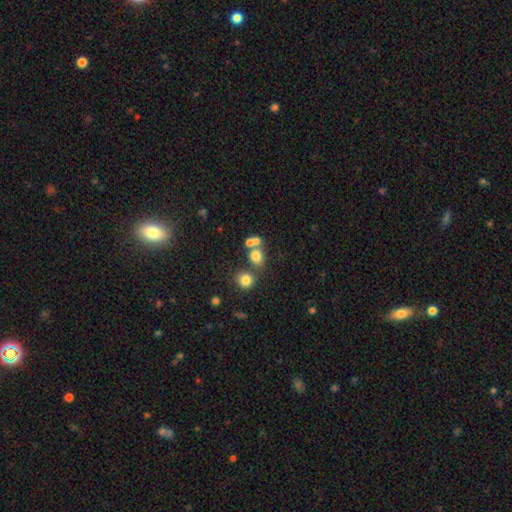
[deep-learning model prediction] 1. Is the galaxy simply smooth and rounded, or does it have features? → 72% smooth, 15% star or artifact, 13% featured or disk.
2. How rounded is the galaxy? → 69% round, 30% in between, 1% cigar-shaped.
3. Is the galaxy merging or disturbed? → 43% none (tied), 43% merger (tied), 8% minor disturbance, 5% major disturbance.